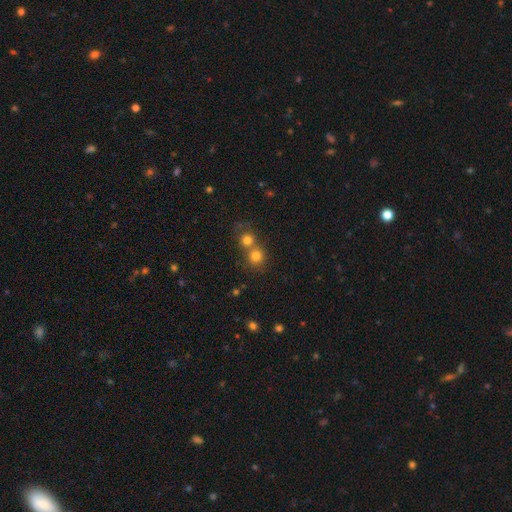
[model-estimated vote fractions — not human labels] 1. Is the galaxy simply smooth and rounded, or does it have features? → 77% smooth, 15% star or artifact, 8% featured or disk.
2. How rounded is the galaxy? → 88% round, 11% in between, 1% cigar-shaped.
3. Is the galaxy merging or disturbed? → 49% none, 44% merger, 5% minor disturbance, 2% major disturbance.